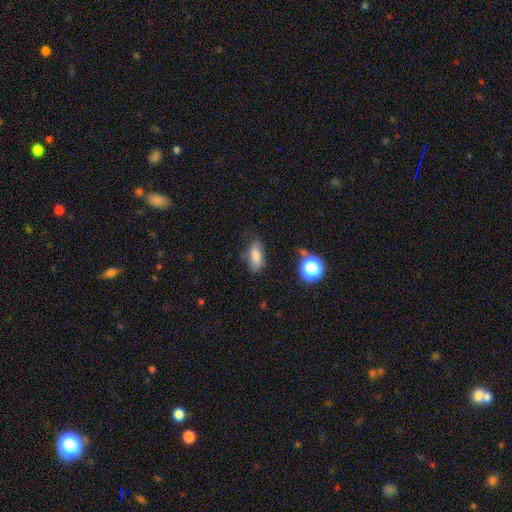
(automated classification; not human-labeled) smooth-or-featured: smooth: 80% | star or artifact: 10% | featured or disk: 10%
  how-rounded: in between: 81% | cigar-shaped: 13% | round: 6%
  merging: none: 67% | minor disturbance: 23% | major disturbance: 7% | merger: 3%